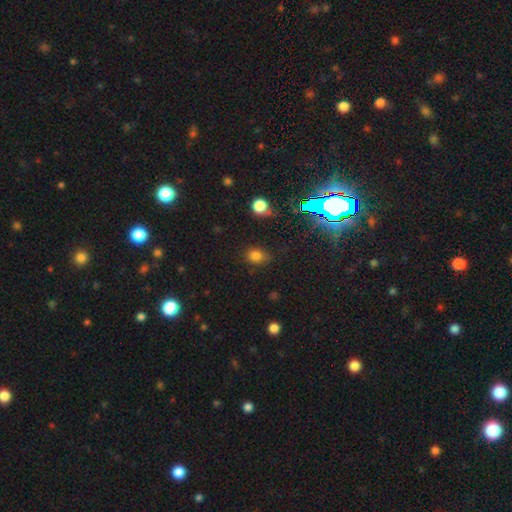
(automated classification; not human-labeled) smooth 75%, star or artifact 19%, featured or disk 6%. Down the decision tree: how rounded — in between (52%); merging — none (74%).